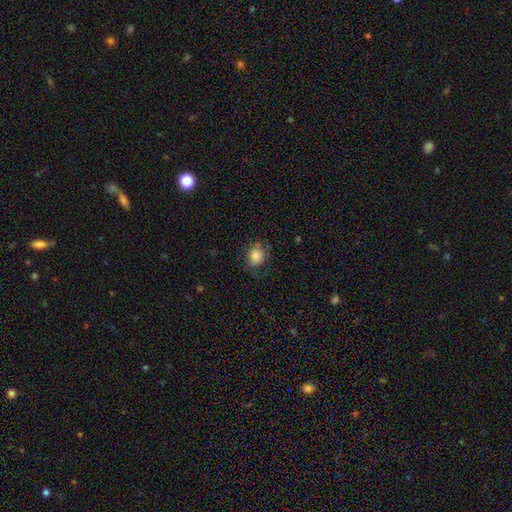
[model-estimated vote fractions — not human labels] A smooth galaxy with no disk features (80%) that is round (57%). Merging: none (67%).